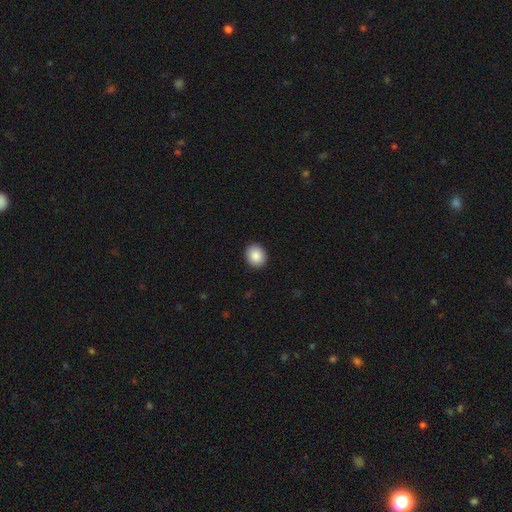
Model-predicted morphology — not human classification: type=smooth (88%); roundness=round (63%); merging=none (91%).